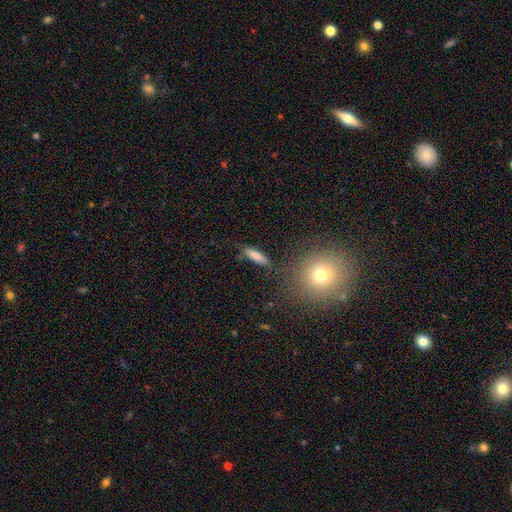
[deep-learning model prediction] The model was most divided on "how rounded": cigar-shaped: 69%, in between: 27%, round: 3%. More confident: smooth or featured — smooth (79%); merging — none (78%).